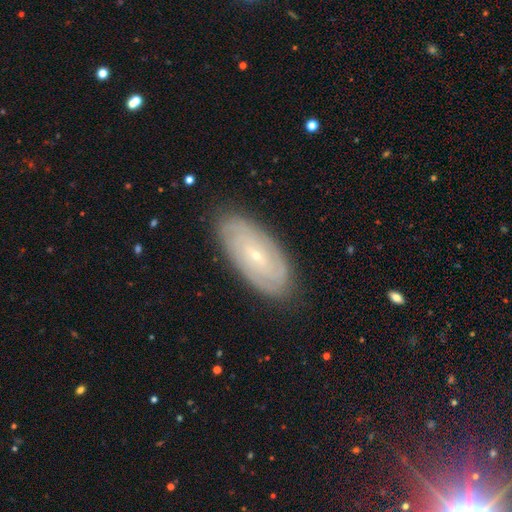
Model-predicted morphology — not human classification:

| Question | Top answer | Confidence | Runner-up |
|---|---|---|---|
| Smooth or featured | featured or disk | 72% | smooth (21%) |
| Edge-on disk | no | 91% | yes (9%) |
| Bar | no | 56% | weak (34%) |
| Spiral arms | yes | 87% | no (13%) |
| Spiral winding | tight | 73% | medium (21%) |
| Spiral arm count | can't tell | 48% | 2 (24%) |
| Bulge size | small | 84% | moderate (13%) |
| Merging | none | 85% | minor disturbance (11%) |